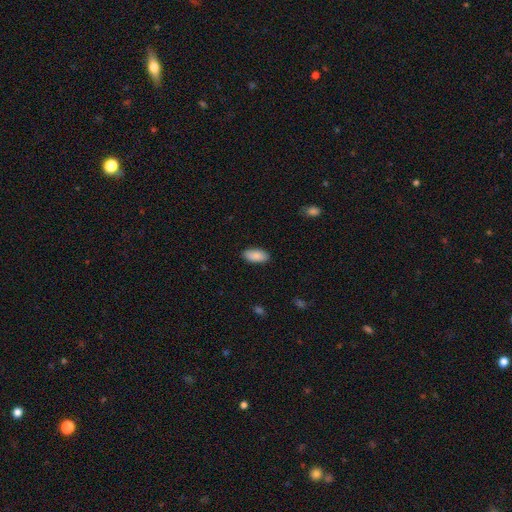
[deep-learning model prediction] This is clearly a smooth galaxy (90%). How rounded: clearly in between (93%). Merging: clearly none (89%).